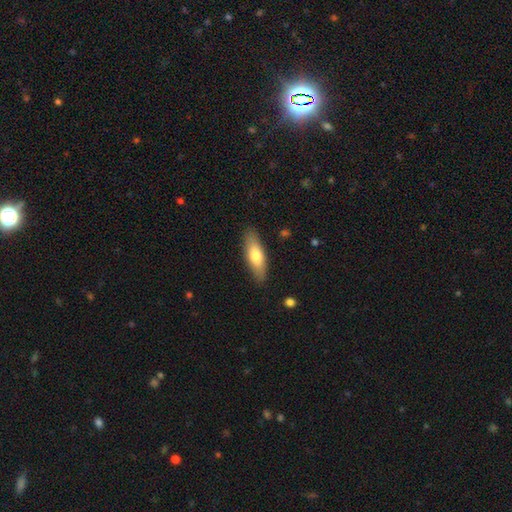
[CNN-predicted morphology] Q: Smooth or featured?
A: smooth (69%); runner-up: featured or disk (26%)
Q: How rounded?
A: in between (56%); runner-up: cigar-shaped (42%)
Q: Merging?
A: none (87%); runner-up: minor disturbance (10%)